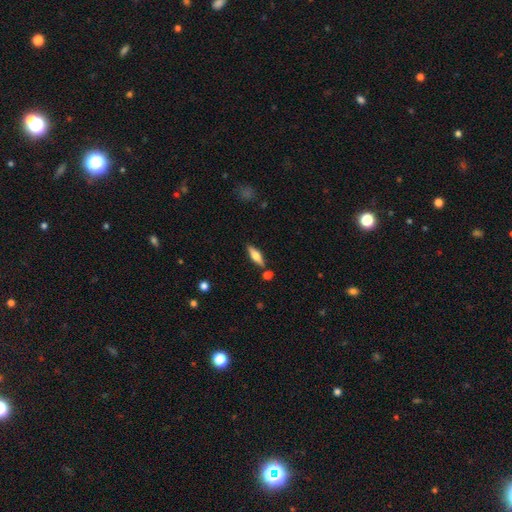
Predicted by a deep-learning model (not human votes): Smooth or featured: featured or disk — 47% (tied with smooth — 47%)
Merging: none — 81% (minor disturbance — 10%)